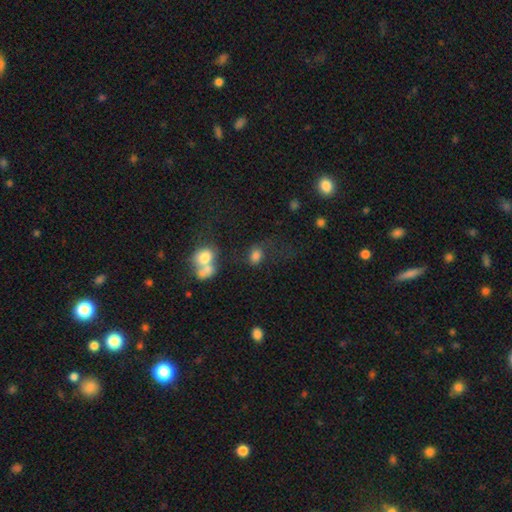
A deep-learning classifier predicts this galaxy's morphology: A smooth galaxy with no disk features (76%) that is in between round and cigar-shaped (66%). Merging: none (39%).